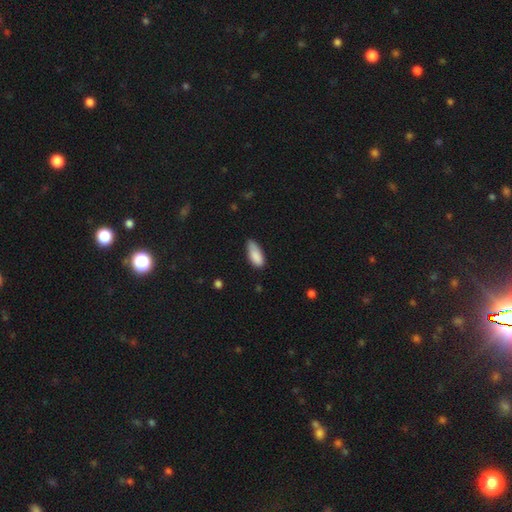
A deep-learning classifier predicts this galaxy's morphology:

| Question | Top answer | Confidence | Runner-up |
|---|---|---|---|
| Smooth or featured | smooth | 86% | featured or disk (7%) |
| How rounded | in between | 84% | cigar-shaped (14%) |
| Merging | none | 53% | minor disturbance (38%) |